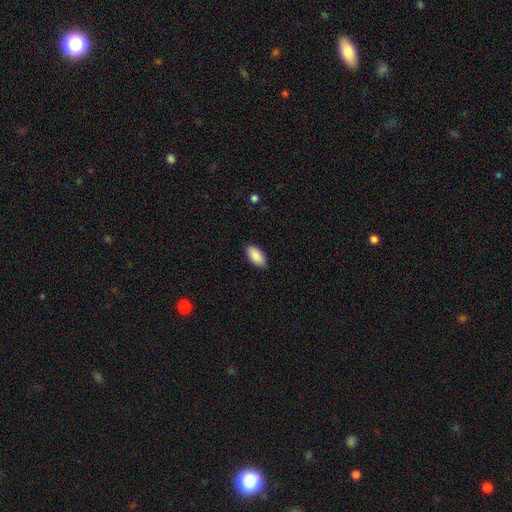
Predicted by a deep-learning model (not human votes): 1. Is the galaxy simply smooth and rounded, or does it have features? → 90% smooth, 6% star or artifact, 4% featured or disk.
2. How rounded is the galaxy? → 95% in between, 3% cigar-shaped, 2% round.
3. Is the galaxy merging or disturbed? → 89% none, 8% minor disturbance, 2% major disturbance, 1% merger.